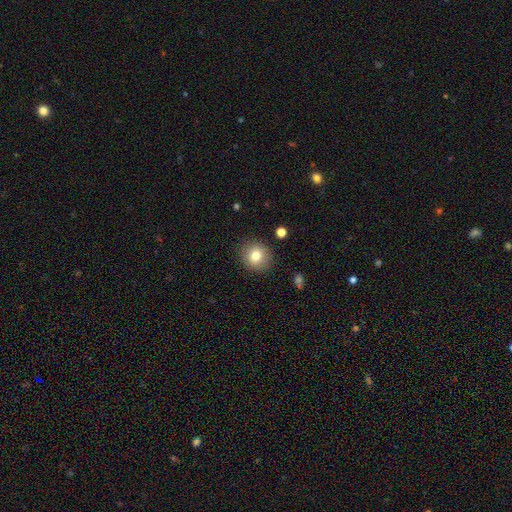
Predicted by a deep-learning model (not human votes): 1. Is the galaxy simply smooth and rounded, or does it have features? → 79% smooth, 10% featured or disk, 10% star or artifact.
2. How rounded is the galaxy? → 89% round, 10% in between, 1% cigar-shaped.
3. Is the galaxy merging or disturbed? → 89% none, 7% minor disturbance, 2% major disturbance, 1% merger.